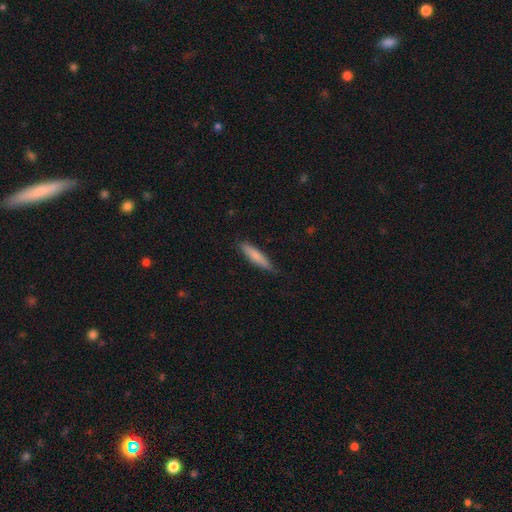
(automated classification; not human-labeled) Q: Smooth or featured?
A: smooth (78%); runner-up: featured or disk (16%)
Q: How rounded?
A: cigar-shaped (84%); runner-up: in between (14%)
Q: Merging?
A: none (81%); runner-up: minor disturbance (16%)